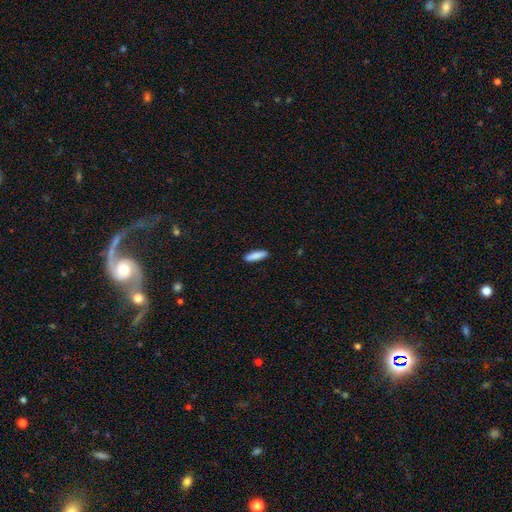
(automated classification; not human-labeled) This is clearly a smooth galaxy (88%). How rounded: likely cigar-shaped (66%). Merging: clearly none (90%).